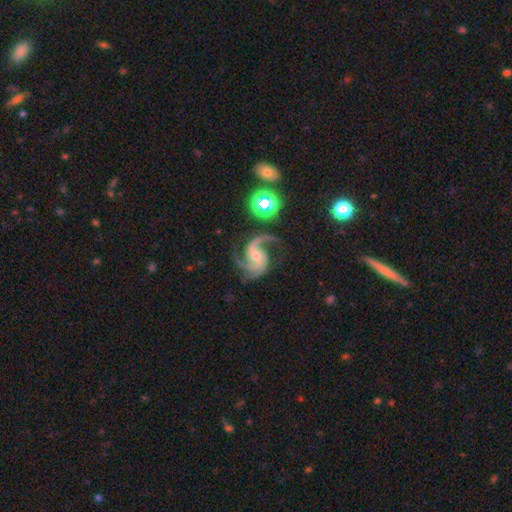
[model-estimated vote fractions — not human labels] The model was most divided on "bulge size": moderate: 48%, small: 44%, none: 3%, large: 3%, dominant: 1%. Remaining: edge-on disk — no (98%); spiral arms — yes (98%); smooth or featured — featured or disk (89%); merging — none (64%); spiral arm count — 2 (59%); spiral winding — medium (53%); bar — no (48%).